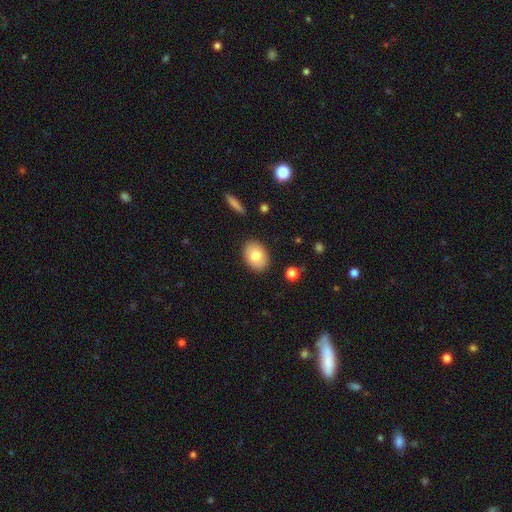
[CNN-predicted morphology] smooth-or-featured: smooth: 78% | featured or disk: 15% | star or artifact: 7%
  how-rounded: in between: 79% | round: 20% | cigar-shaped: 1%
  merging: none: 88% | minor disturbance: 9% | major disturbance: 2% | merger: 1%